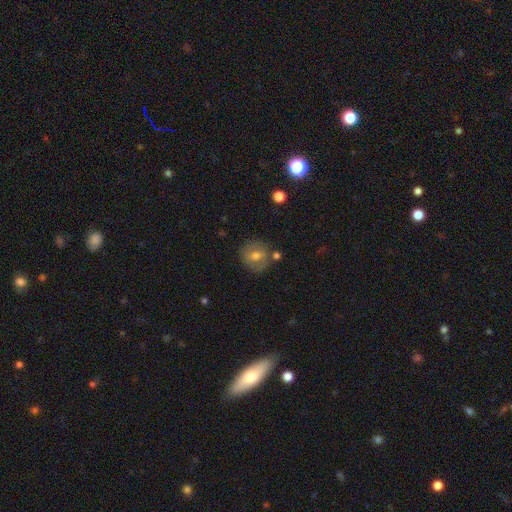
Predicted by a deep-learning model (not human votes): Morphology: type=smooth (60%); roundness=round (83%); merging=none (76%).